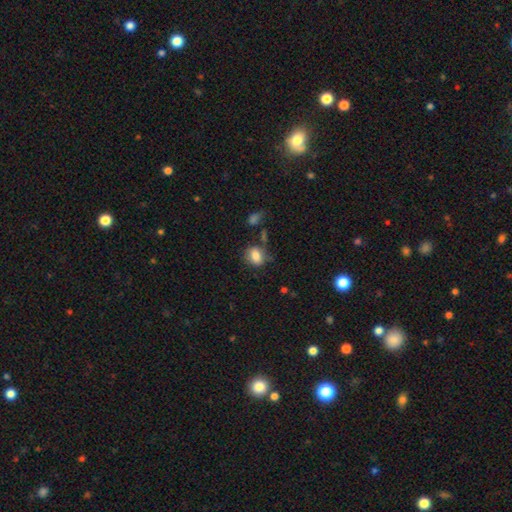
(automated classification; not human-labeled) smooth_or_featured: smooth (p=0.81) [alt: star or artifact p=0.10]
how_rounded: in between (p=0.64) [alt: round p=0.34]
merging: none (p=0.59) [alt: minor disturbance p=0.23]